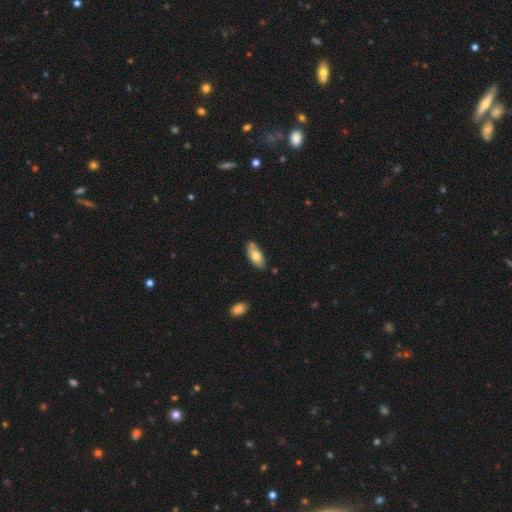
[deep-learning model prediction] A smooth galaxy with no disk features (70%) that is in between round and cigar-shaped (87%).

Vote fractions:
- Smooth or featured? smooth: 70% / featured or disk: 23% / star or artifact: 6%
- How rounded? in between: 87% / cigar-shaped: 11% / round: 2%
- Merging? none: 76% / minor disturbance: 16% / merger: 5% / major disturbance: 3%